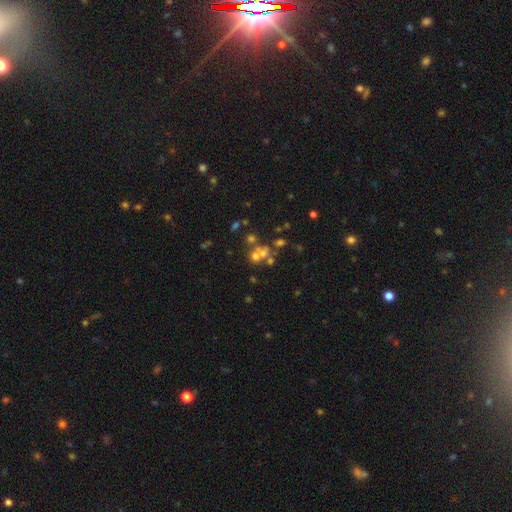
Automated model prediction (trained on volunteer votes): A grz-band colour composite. It shows a star or artifact, not a galaxy (42%).